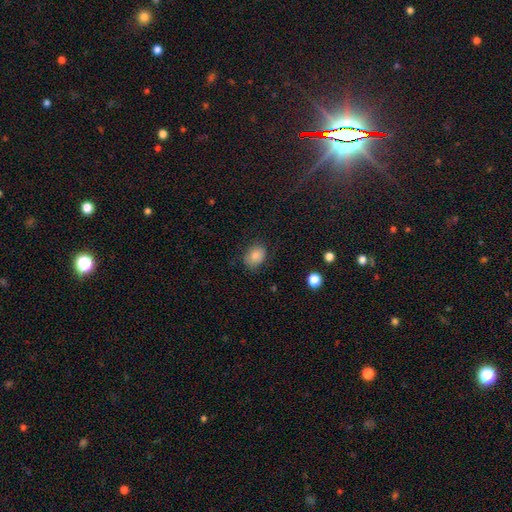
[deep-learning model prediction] Q: Smooth or featured?
A: smooth (83%); runner-up: star or artifact (9%)
Q: How rounded?
A: in between (67%); runner-up: round (32%)
Q: Merging?
A: none (76%); runner-up: minor disturbance (18%)